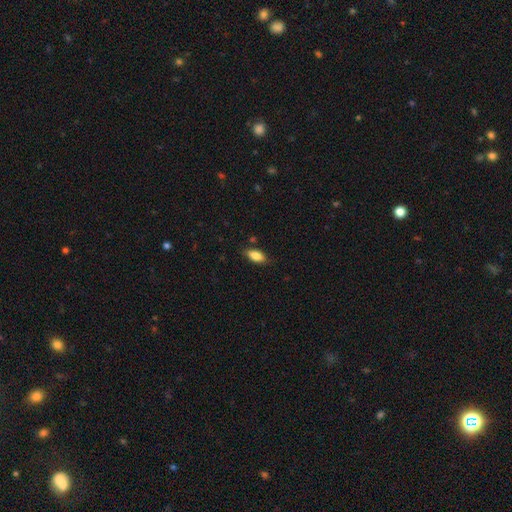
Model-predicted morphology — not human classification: A smooth galaxy with no disk features (84%) that is in between round and cigar-shaped (88%).

Vote fractions:
- Smooth or featured? smooth: 84% / featured or disk: 8% / star or artifact: 7%
- How rounded? in between: 88% / cigar-shaped: 9% / round: 3%
- Merging? none: 82% / minor disturbance: 14% / major disturbance: 3% / merger: 2%